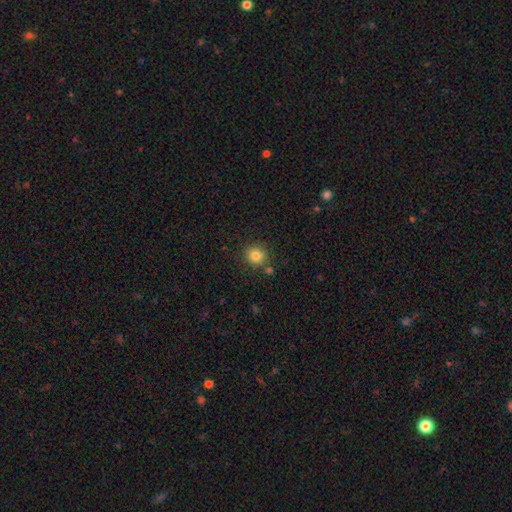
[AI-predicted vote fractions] smooth 82%, star or artifact 12%, featured or disk 6%. Down the decision tree: how rounded — round (89%); merging — none (84%).